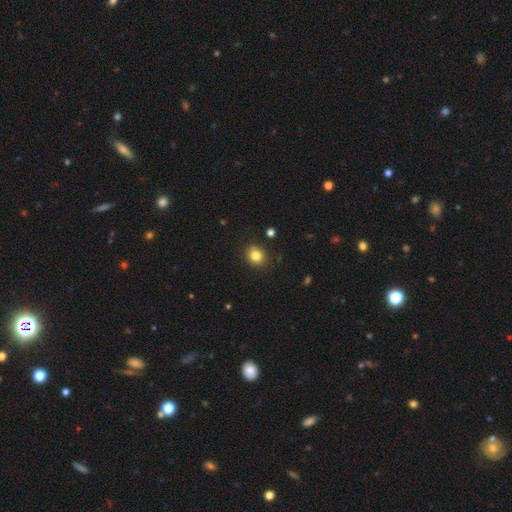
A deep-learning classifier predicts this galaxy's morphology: smooth-or-featured: smooth: 82% | star or artifact: 12% | featured or disk: 6%
  how-rounded: round: 78% | in between: 21% | cigar-shaped: 1%
  merging: none: 83% | minor disturbance: 12% | major disturbance: 3% | merger: 2%